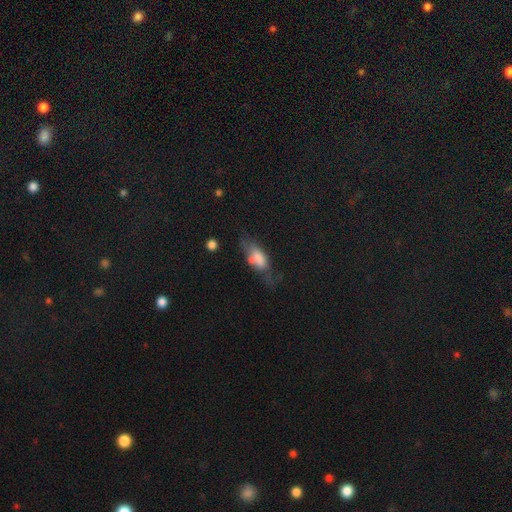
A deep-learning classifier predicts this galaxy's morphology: A smooth galaxy with no disk features (53%) that is in between round and cigar-shaped (68%). Merging: none (49%).